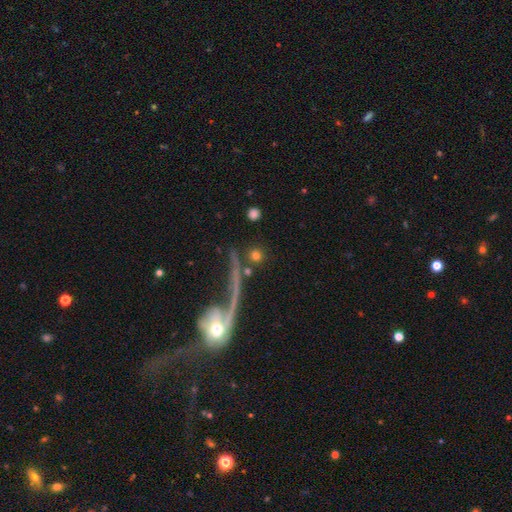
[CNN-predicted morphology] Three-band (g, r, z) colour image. It shows a smooth galaxy with no disk features (75%) that is round (90%). Merging: none (81%).